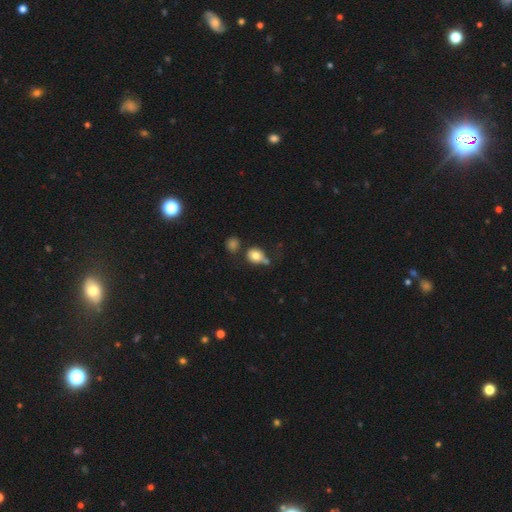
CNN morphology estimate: Smooth or featured? Predicted: smooth (p=0.77). How rounded? Predicted: round (p=0.57). Merging? Predicted: none (p=0.44).